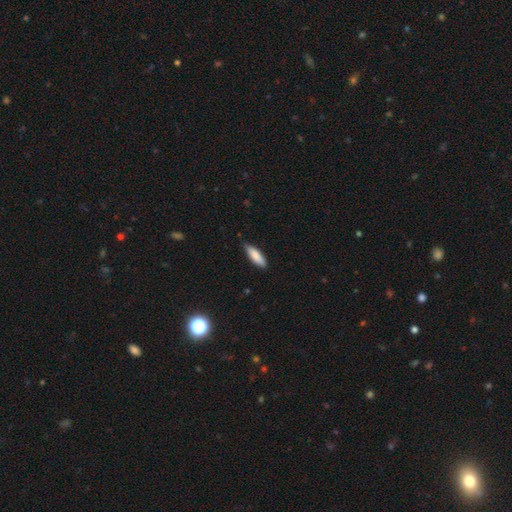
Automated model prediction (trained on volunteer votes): This is clearly a smooth galaxy (86%). How rounded: possibly in between (53%). Merging: likely none (79%).